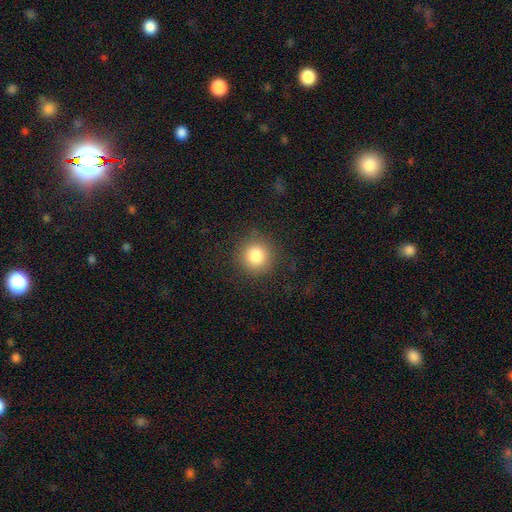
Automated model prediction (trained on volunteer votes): smooth_or_featured: smooth (p=0.83) [alt: star or artifact p=0.11]
how_rounded: round (p=0.93) [alt: in between p=0.06]
merging: none (p=0.88) [alt: minor disturbance p=0.08]